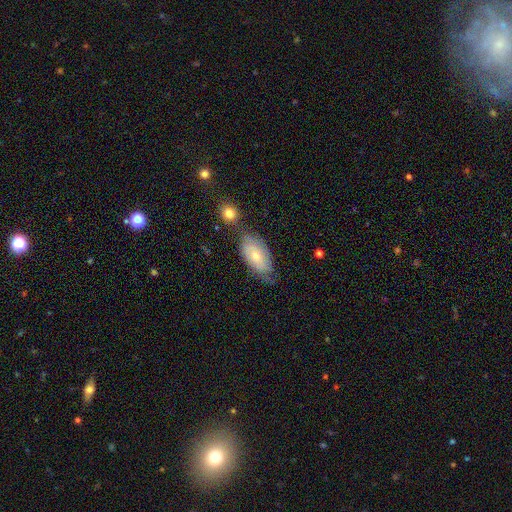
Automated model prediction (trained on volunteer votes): smooth_or_featured: smooth (p=0.49) [alt: featured or disk p=0.44]
merging: none (p=0.50) [alt: minor disturbance p=0.29]